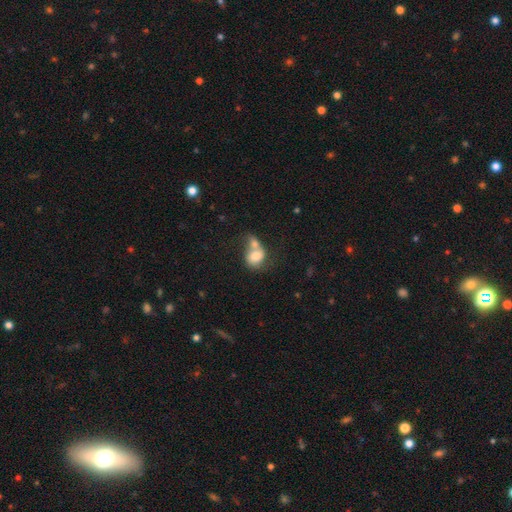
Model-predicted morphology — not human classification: smooth 69%, featured or disk 23%, star or artifact 8%. Down the decision tree: how rounded — round (54%); merging — merger (69%).